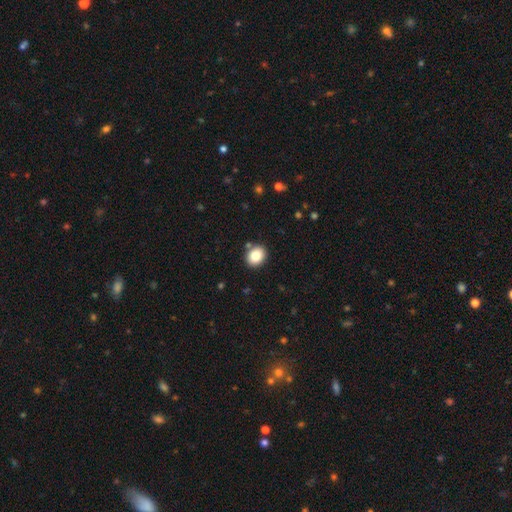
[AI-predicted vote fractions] Overall: smooth (84%). How rounded: round (57%; in between 42%). Merging: none (87%).